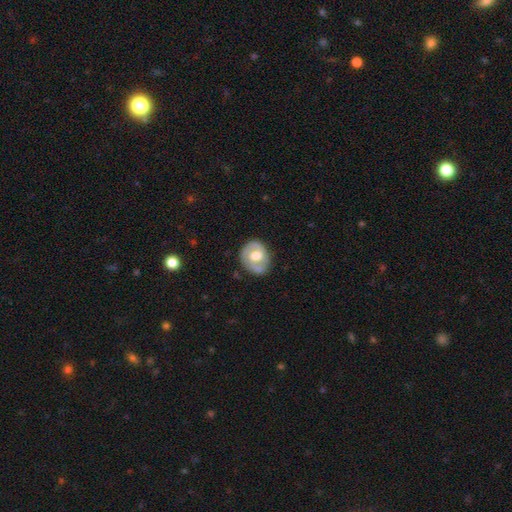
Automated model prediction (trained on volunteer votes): A featured or disk galaxy (64%) with no bar (54%), spiral arms (72%) and a moderate central bulge (62%).

Vote fractions:
- Smooth or featured? featured or disk: 64% / smooth: 30% / star or artifact: 5%
- Edge-on disk? no: 97% / yes: 3%
- Bar? no: 54% / weak: 37% / strong: 9%
- Spiral arms? yes: 72% / no: 28%
- Bulge size? moderate: 62% / large: 26% / small: 9% / none: 2% / dominant: 2%
- Merging? none: 70% / minor disturbance: 21% / major disturbance: 7% / merger: 3%